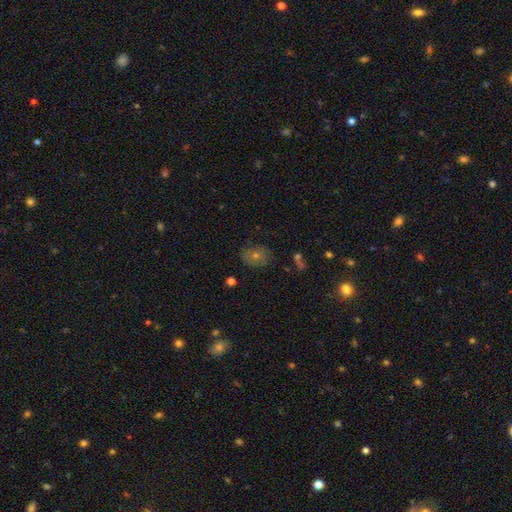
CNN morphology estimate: smooth-or-featured: smooth: 47% | featured or disk: 28% | star or artifact: 25%
  merging: none: 80% | minor disturbance: 14% | major disturbance: 5% | merger: 2%